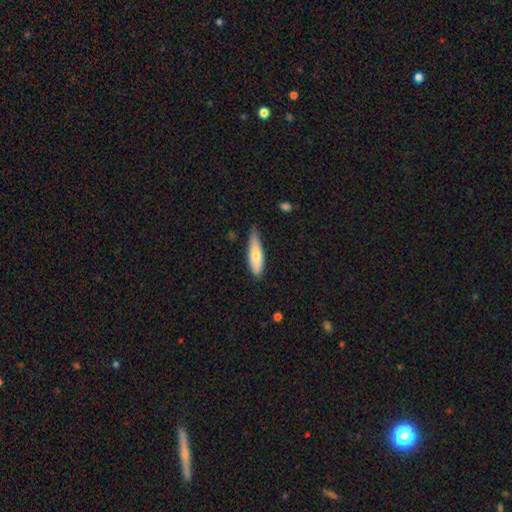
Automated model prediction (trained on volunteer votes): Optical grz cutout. It shows a smooth galaxy with no disk features (69%) that is cigar-shaped (67%). Merging: none (70%).